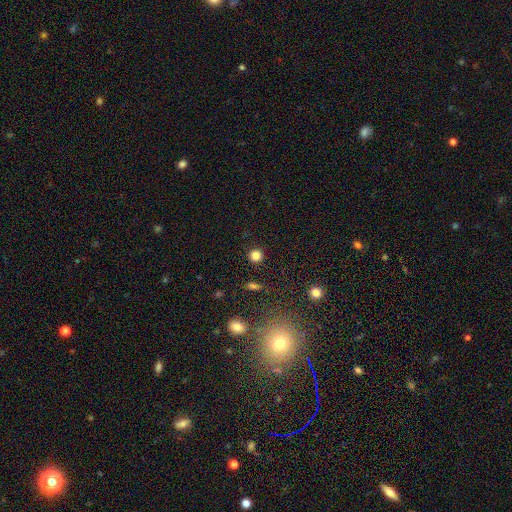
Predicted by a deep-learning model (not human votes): The model was most divided on "smooth or featured": smooth: 82%, star or artifact: 14%, featured or disk: 5%. More confident: how rounded — round (93%); merging — none (91%).